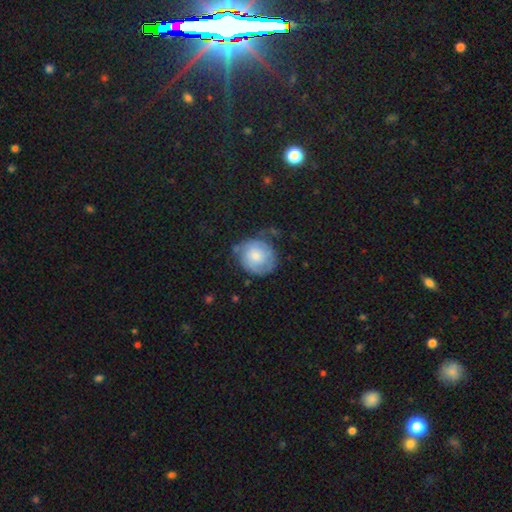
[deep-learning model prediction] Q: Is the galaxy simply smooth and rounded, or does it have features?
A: smooth — 54%.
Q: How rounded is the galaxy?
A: round — 82%.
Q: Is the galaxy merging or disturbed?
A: none — 52%.